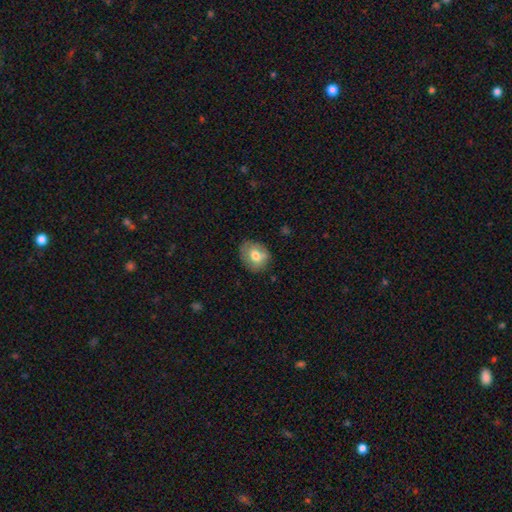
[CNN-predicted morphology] Q: Smooth or featured?
A: smooth (71%); runner-up: featured or disk (20%)
Q: How rounded?
A: round (63%); runner-up: in between (36%)
Q: Merging?
A: none (73%); runner-up: minor disturbance (19%)